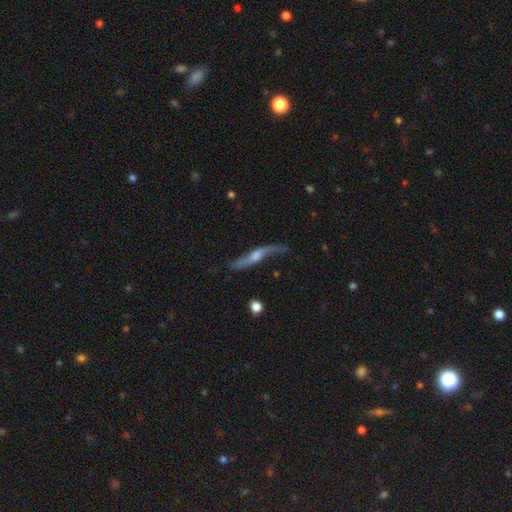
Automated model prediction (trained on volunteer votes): This appears to be a featured or disk galaxy (77%) viewed edge-on (61%). Merging: none (61%).